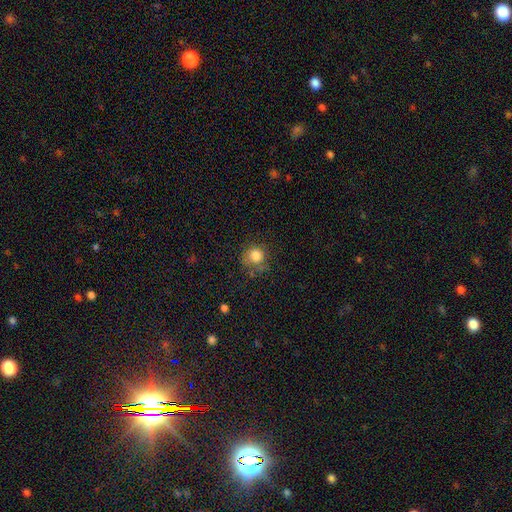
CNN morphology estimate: The model was most divided on "merging": none: 65%, minor disturbance: 22%, major disturbance: 10%, merger: 3%. More confident: how rounded — round (86%); smooth or featured — smooth (81%).